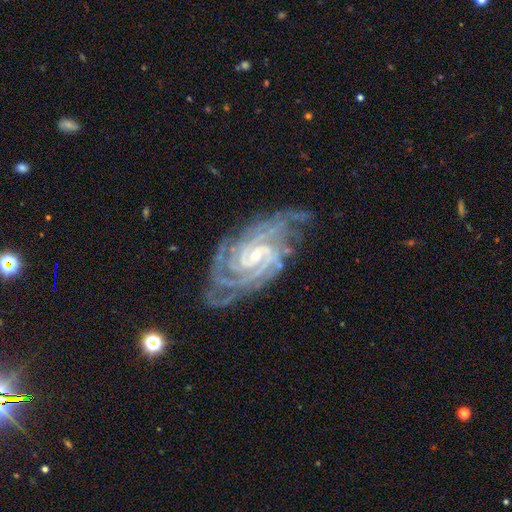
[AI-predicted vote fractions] A featured or disk galaxy (92%) with a weak bar (43%), 4 (23%) tight (72%) spiral arms (99%) and a small central bulge (71%). Merging: none (67%).